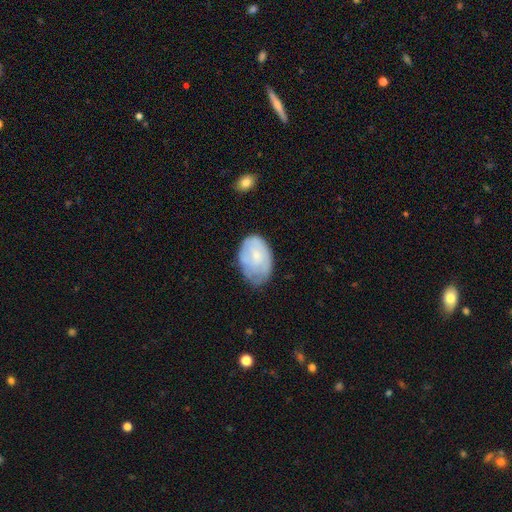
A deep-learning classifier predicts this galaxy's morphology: This appears to be a smooth galaxy with no disk features (57%) that is in between round and cigar-shaped (86%). Merging: none (51%).